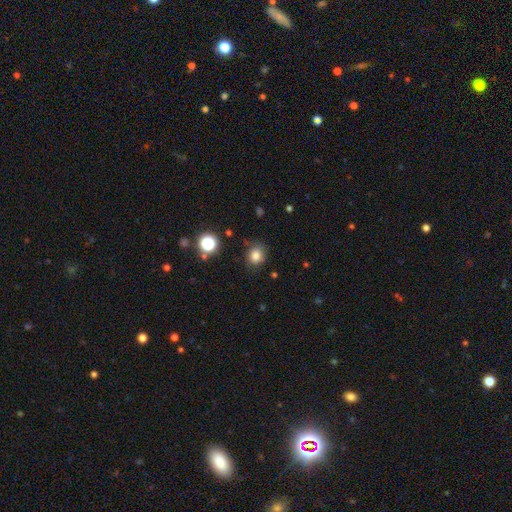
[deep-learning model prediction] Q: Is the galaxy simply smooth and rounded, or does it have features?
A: smooth — 81%.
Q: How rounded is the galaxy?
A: round — 77%.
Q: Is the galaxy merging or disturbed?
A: none — 78%.